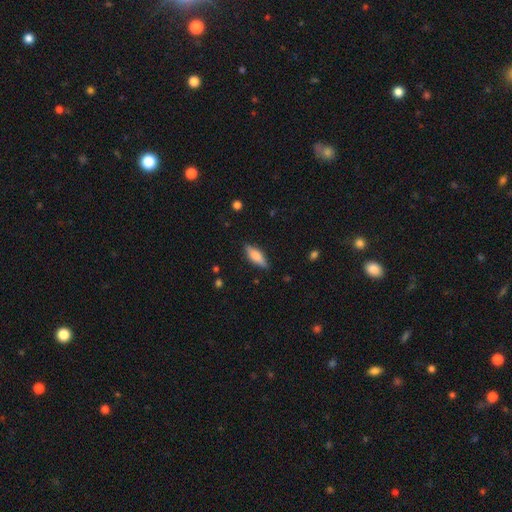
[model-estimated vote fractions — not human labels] Smooth or featured? Predicted: smooth (p=0.59). How rounded? Predicted: in between (p=0.53). Merging? Predicted: none (p=0.85).